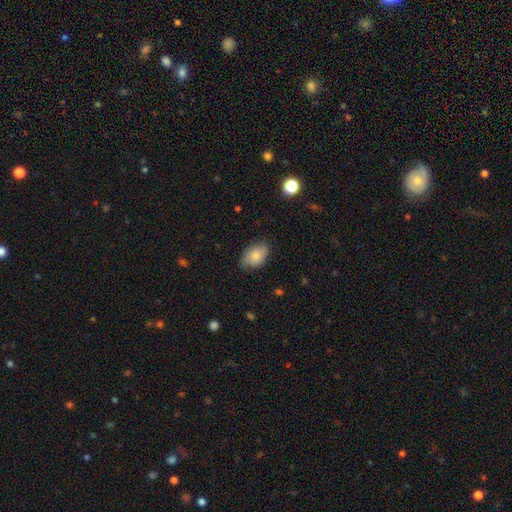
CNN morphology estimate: Smooth or featured?
  - smooth: 82% *
  - featured or disk: 11%
  - star or artifact: 7%
How rounded?
  - in between: 87% *
  - round: 12%
  - cigar-shaped: 1%
Merging?
  - none: 75% *
  - minor disturbance: 21%
  - major disturbance: 4%
  - merger: 1%